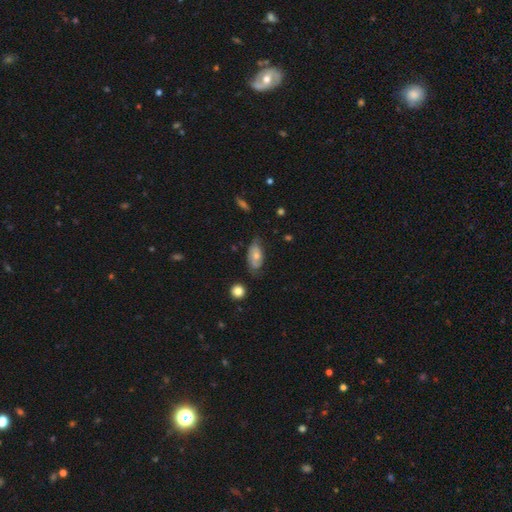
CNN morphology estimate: smooth-or-featured: smooth: 56% | featured or disk: 37% | star or artifact: 7%
  how-rounded: in between: 89% | cigar-shaped: 7% | round: 4%
  merging: none: 56% | minor disturbance: 33% | major disturbance: 8% | merger: 2%